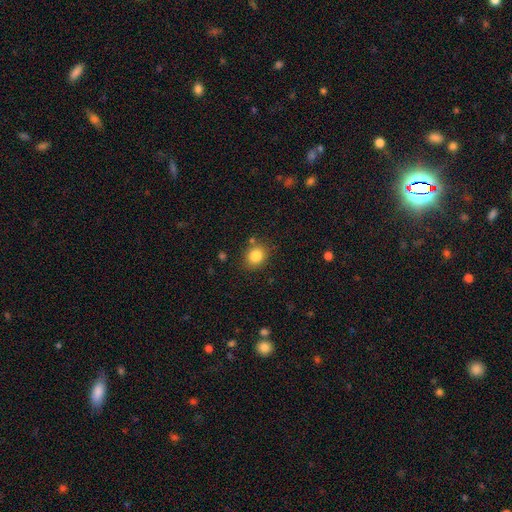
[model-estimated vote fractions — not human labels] smooth 84%, star or artifact 10%, featured or disk 6%. Down the decision tree: how rounded — round (67%); merging — none (80%).